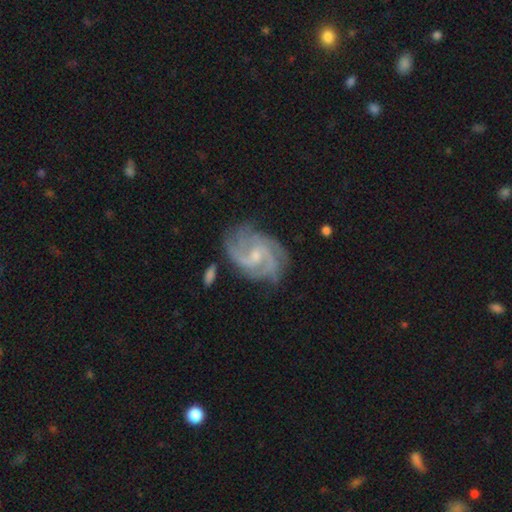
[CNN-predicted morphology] Smooth or featured? featured or disk (89%)
Edge-on disk? no (98%)
Bar? weak (48%)
Spiral arms? yes (97%)
Spiral winding? medium (48%)
Spiral arm count? 3 (33%)
Bulge size? small (63%)
Merging? none (71%)